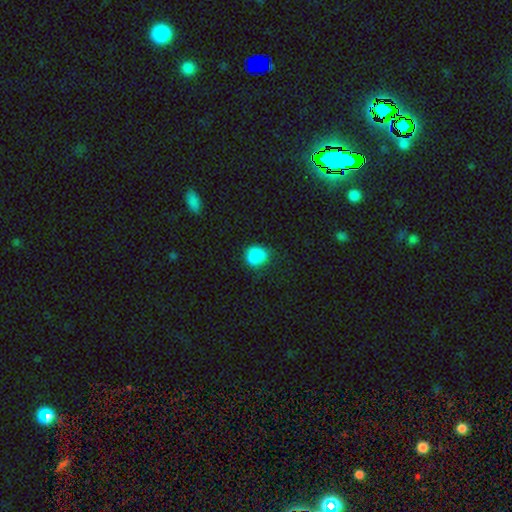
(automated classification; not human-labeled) This is clearly a smooth galaxy (82%). How rounded: likely round (72%). Merging: likely none (66%).